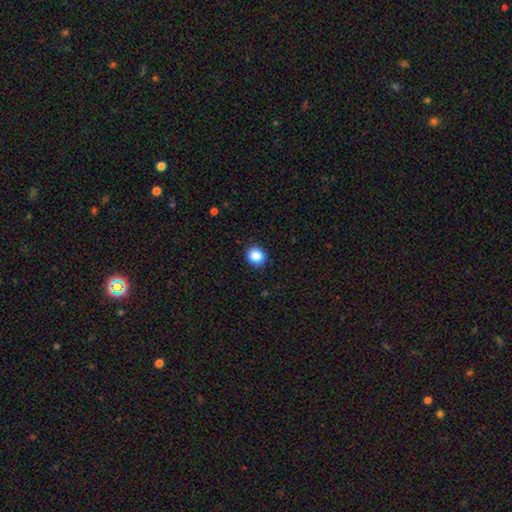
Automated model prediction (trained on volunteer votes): smooth_or_featured: smooth (p=0.87) [alt: star or artifact p=0.09]
how_rounded: round (p=0.78) [alt: in between p=0.21]
merging: none (p=0.89) [alt: minor disturbance p=0.08]